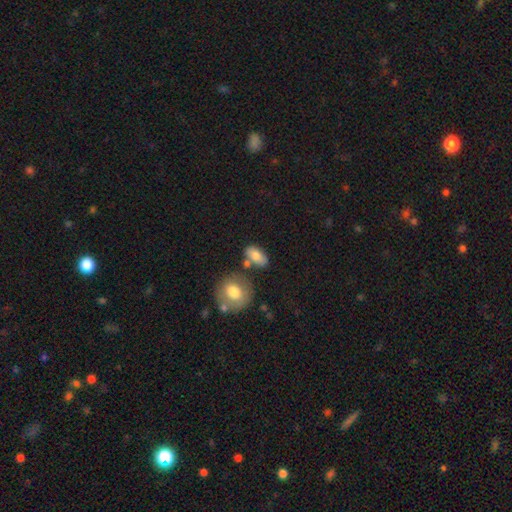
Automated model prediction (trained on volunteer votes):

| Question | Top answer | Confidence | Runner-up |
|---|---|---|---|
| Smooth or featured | smooth | 76% | featured or disk (15%) |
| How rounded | in between | 85% | round (11%) |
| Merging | none | 65% | minor disturbance (17%) |